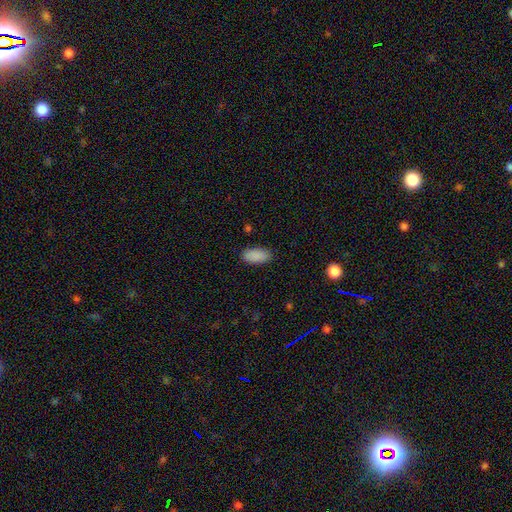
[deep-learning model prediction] Smooth or featured? Predicted: smooth (p=0.90). How rounded? Predicted: in between (p=0.93). Merging? Predicted: none (p=0.88).